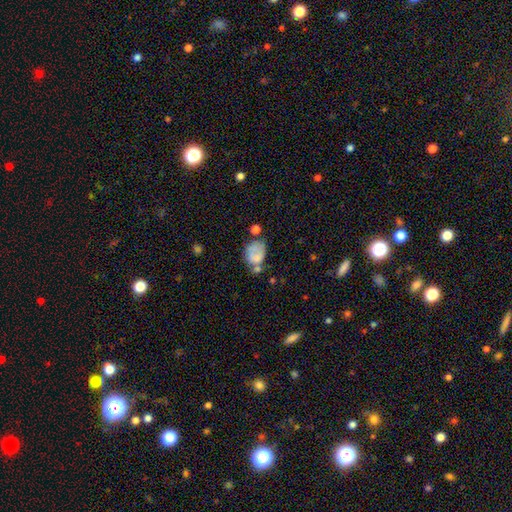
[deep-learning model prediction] Q: Smooth or featured?
A: smooth (67%); runner-up: featured or disk (23%)
Q: How rounded?
A: in between (69%); runner-up: round (30%)
Q: Merging?
A: none (31%); runner-up: minor disturbance (26%)